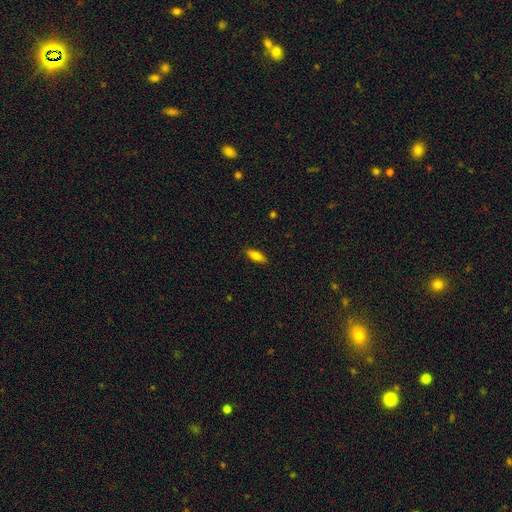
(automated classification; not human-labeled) smooth 79%, featured or disk 13%, star or artifact 8%. Down the decision tree: how rounded — in between (66%); merging — none (87%).